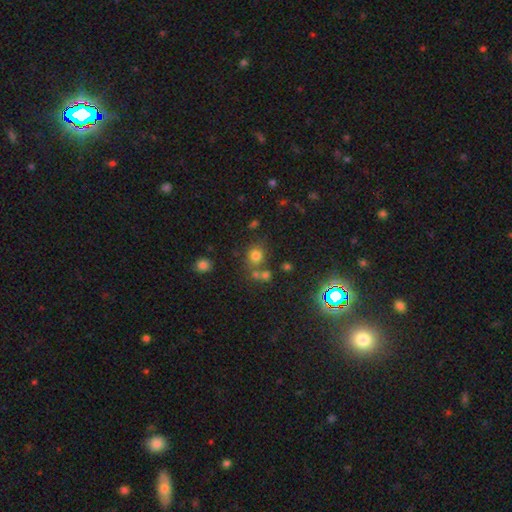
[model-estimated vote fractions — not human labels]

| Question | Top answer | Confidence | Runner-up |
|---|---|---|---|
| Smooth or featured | smooth | 72% | star or artifact (19%) |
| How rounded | round | 76% | in between (23%) |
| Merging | none | 64% | merger (20%) |